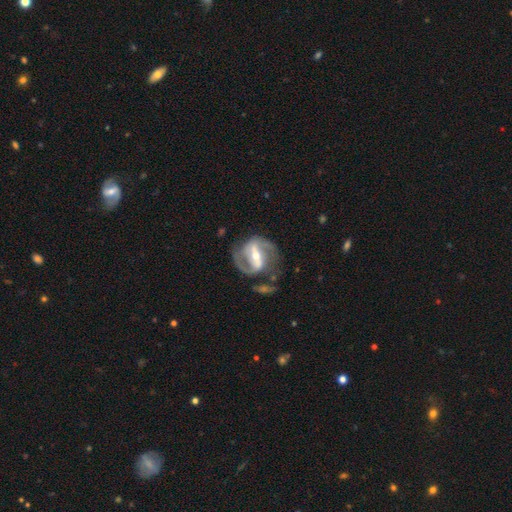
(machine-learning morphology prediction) featured or disk 89%, smooth 6%, star or artifact 5%. Down the decision tree: edge-on disk — no (96%); bar — strong (68%); spiral arms — yes (94%); spiral arm count — 2 (89%); spiral winding — medium (52%); bulge size — moderate (53%); merging — none (68%).